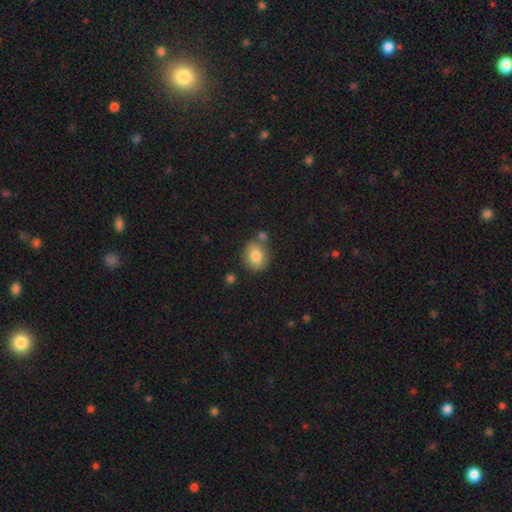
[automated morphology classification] The model was most divided on "how rounded": round: 60%, in between: 39%, cigar-shaped: 1%. More confident: smooth or featured — smooth (81%); merging — none (69%).